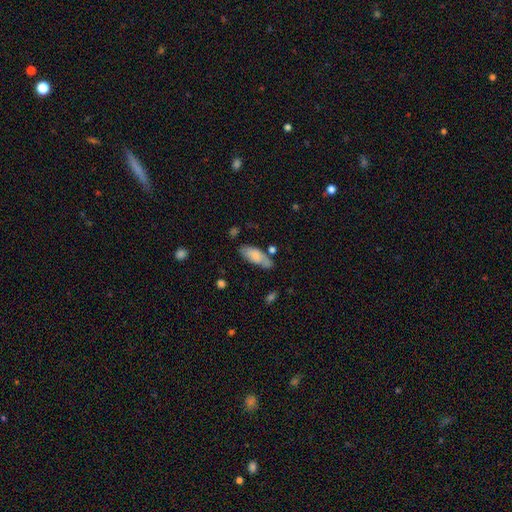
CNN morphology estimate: smooth 74%, featured or disk 20%, star or artifact 6%. Down the decision tree: how rounded — in between (80%); merging — none (66%).